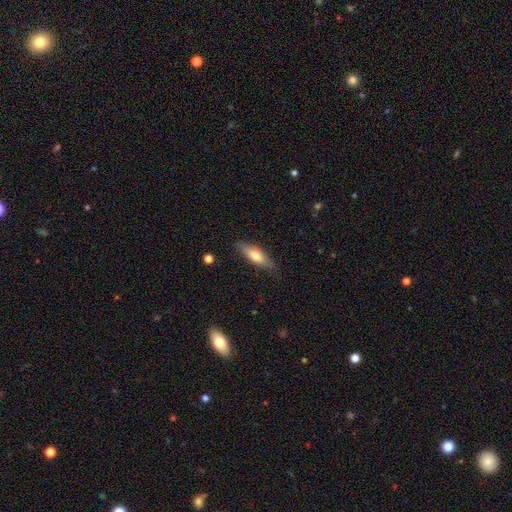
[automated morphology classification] Smooth or featured? smooth (62%)
How rounded? in between (53%)
Merging? none (81%)